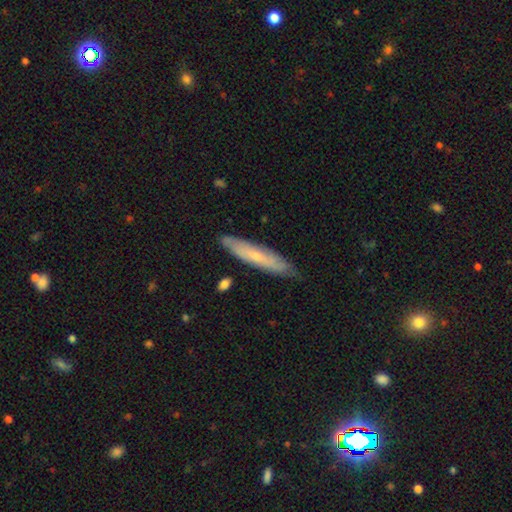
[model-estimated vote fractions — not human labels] Smooth or featured: smooth — 52% (featured or disk — 42%)
How rounded: cigar-shaped — 86% (in between — 13%)
Merging: none — 80% (minor disturbance — 16%)